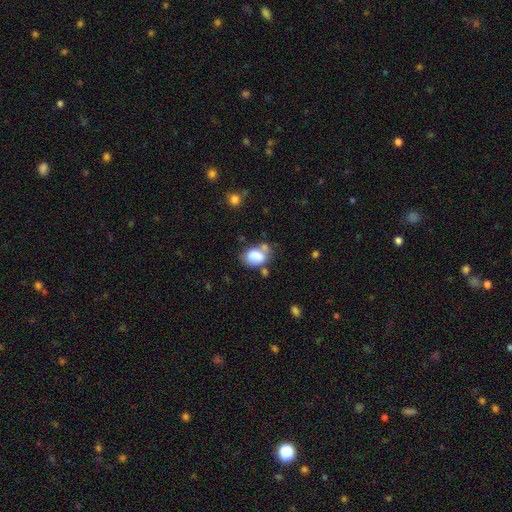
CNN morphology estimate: Smooth or featured? Predicted: smooth (p=0.77). How rounded? Predicted: in between (p=0.75). Merging? Predicted: none (p=0.43).